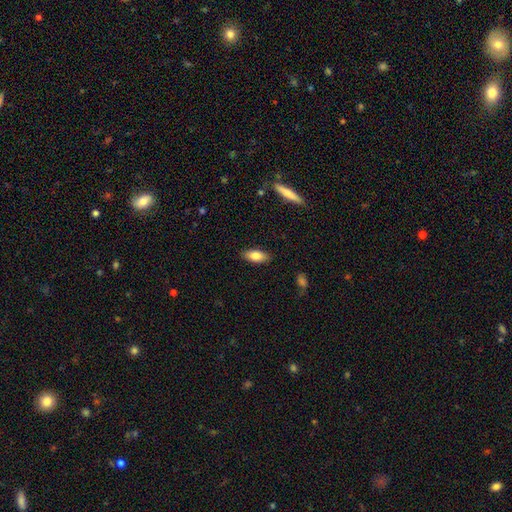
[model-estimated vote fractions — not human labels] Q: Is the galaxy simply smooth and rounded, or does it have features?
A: smooth — 79%.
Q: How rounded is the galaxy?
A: in between — 83%.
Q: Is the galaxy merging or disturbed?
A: none — 87%.